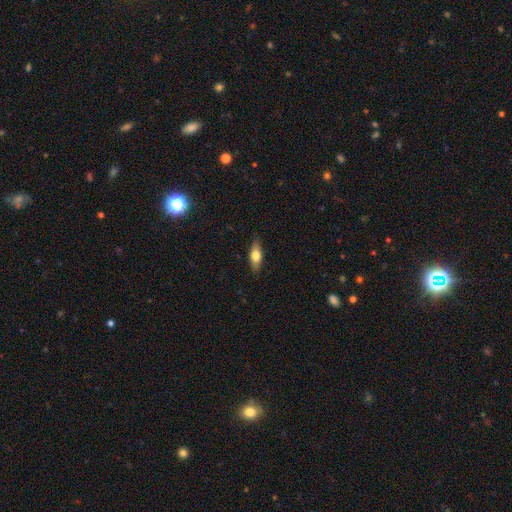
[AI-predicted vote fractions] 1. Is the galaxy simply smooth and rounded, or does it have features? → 58% smooth, 35% featured or disk, 7% star or artifact.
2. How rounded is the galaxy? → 62% in between, 34% cigar-shaped, 4% round.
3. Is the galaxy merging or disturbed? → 87% none, 10% minor disturbance, 2% major disturbance, 1% merger.